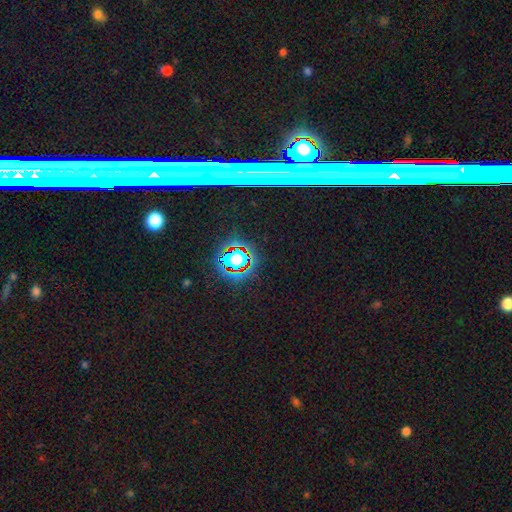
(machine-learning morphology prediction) The model was most divided on "smooth or featured": star or artifact: 70%, featured or disk: 16%, smooth: 14%.